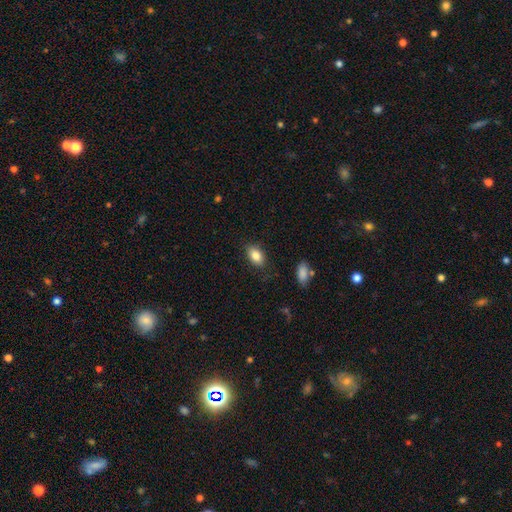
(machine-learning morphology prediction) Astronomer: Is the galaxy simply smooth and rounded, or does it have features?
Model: smooth — 84%.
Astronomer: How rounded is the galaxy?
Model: in between — 89%.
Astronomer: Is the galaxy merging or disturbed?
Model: none — 84%.